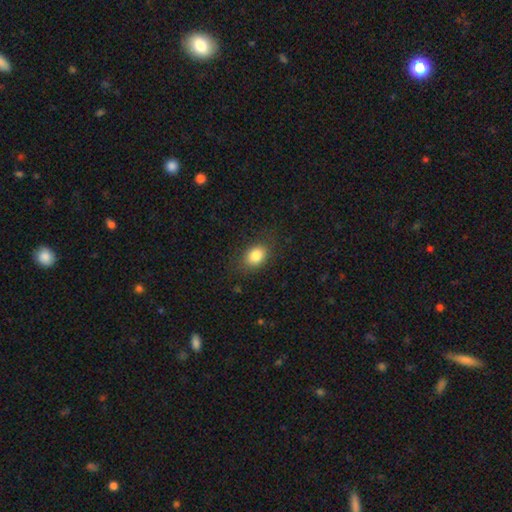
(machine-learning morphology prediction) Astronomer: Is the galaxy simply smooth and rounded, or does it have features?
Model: smooth — 84%.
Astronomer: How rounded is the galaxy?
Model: in between — 70%.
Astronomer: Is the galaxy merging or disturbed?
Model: none — 83%.